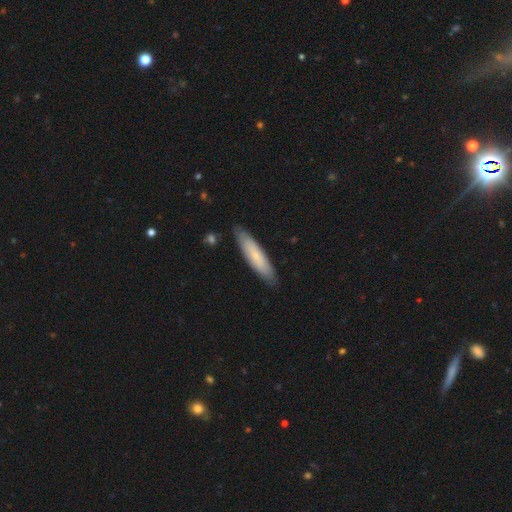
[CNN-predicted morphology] A smooth galaxy with no disk features (71%) that is cigar-shaped (78%). Merging: none (86%).